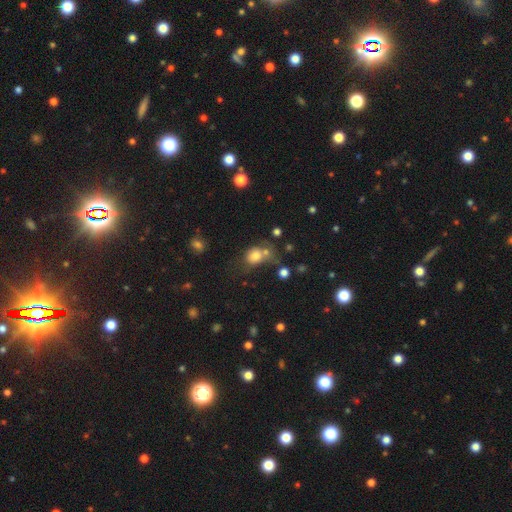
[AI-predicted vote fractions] Smooth or featured? smooth (76%)
How rounded? round (68%)
Merging? none (42%)